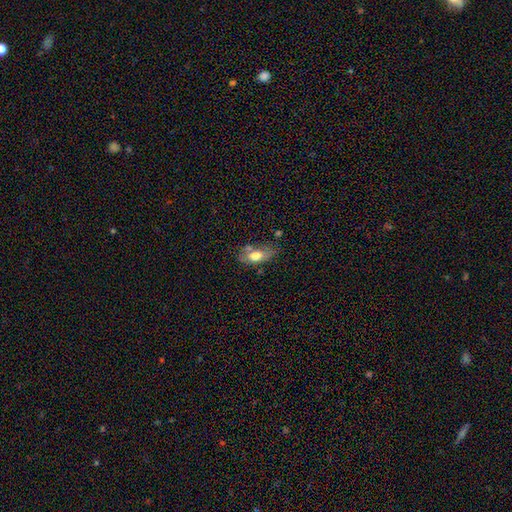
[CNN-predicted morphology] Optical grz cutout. It shows a smooth galaxy with no disk features (70%) that is in between round and cigar-shaped (85%). Merging: none (48%).